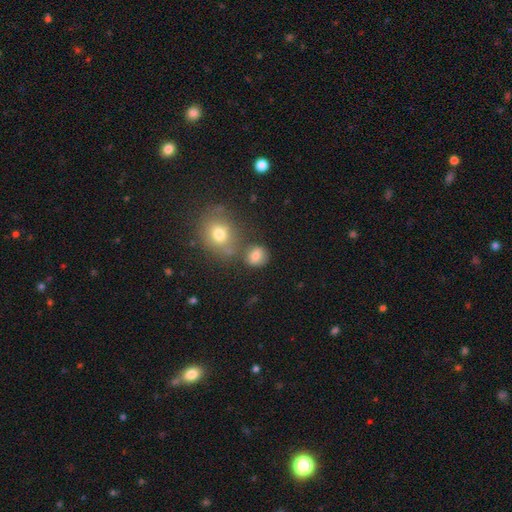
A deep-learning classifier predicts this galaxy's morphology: This appears to be a smooth galaxy with no disk features (78%) that is round (70%). Merging: none (68%).